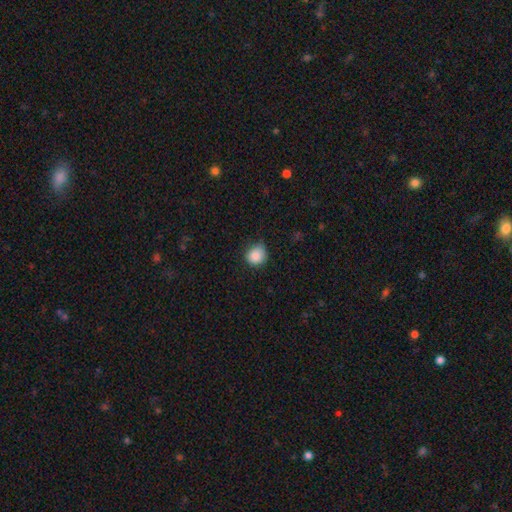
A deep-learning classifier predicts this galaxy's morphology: A smooth galaxy with no disk features (87%) that is round (84%). Merging: none (70%).